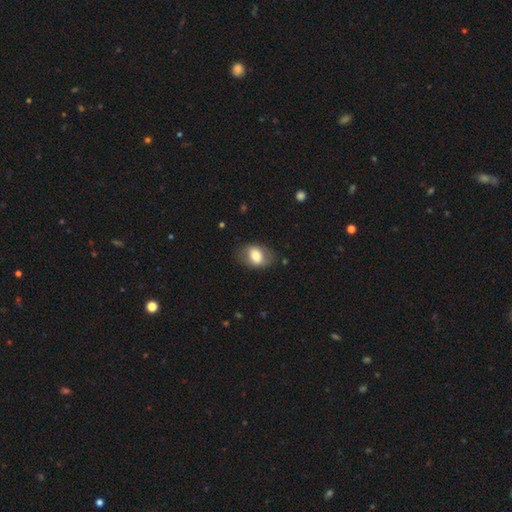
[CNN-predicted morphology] type=smooth (68%); roundness=in between (80%); merging=none (74%).